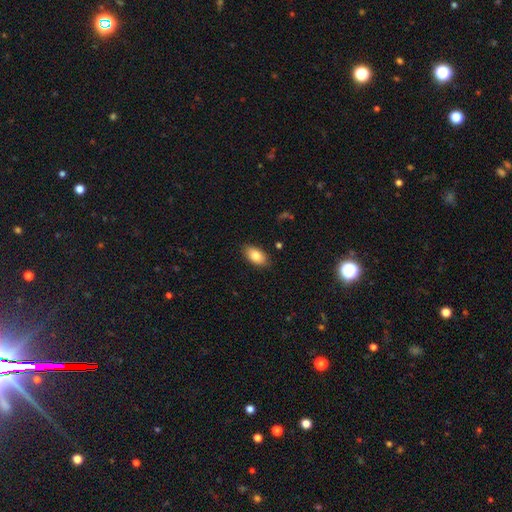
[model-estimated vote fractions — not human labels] A smooth galaxy with no disk features (84%) that is in between round and cigar-shaped (93%).

Vote fractions:
- Smooth or featured? smooth: 84% / featured or disk: 9% / star or artifact: 7%
- How rounded? in between: 93% / round: 4% / cigar-shaped: 3%
- Merging? none: 87% / minor disturbance: 10% / major disturbance: 2% / merger: 1%